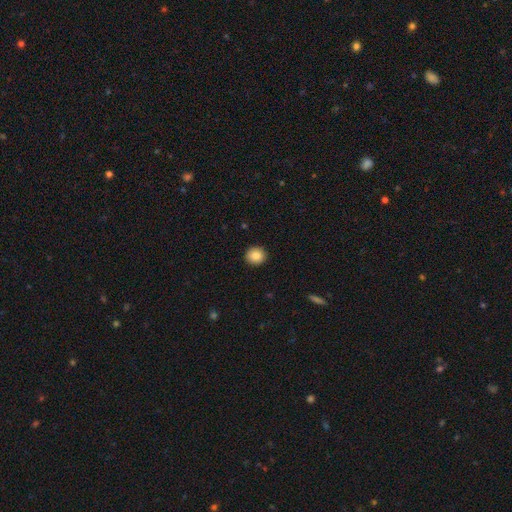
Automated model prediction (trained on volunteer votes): A smooth galaxy with no disk features (87%) that is round (88%). Merging: none (92%).